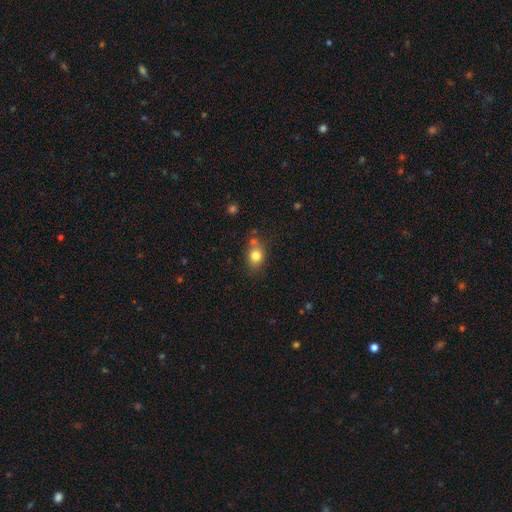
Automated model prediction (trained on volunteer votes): A smooth galaxy with no disk features (80%) that is in between round and cigar-shaped (55%). Merging: none (67%).